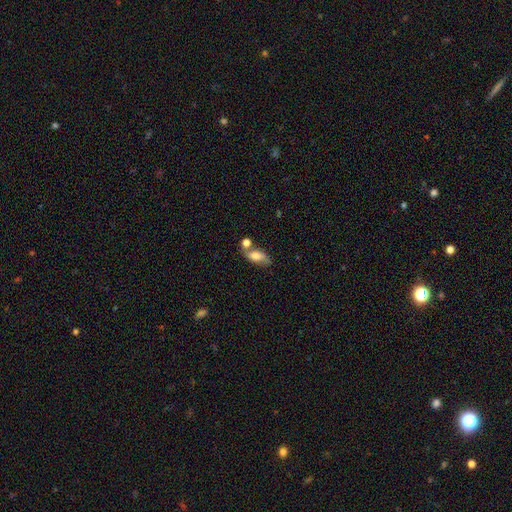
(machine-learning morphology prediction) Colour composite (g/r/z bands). It shows a smooth galaxy with no disk features (60%) that is in between round and cigar-shaped (81%). Merging: none (50%).